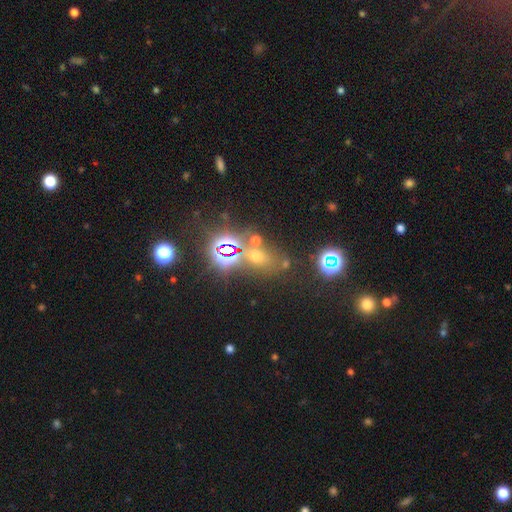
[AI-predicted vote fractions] This appears to be a star or artifact, not a galaxy (52%).